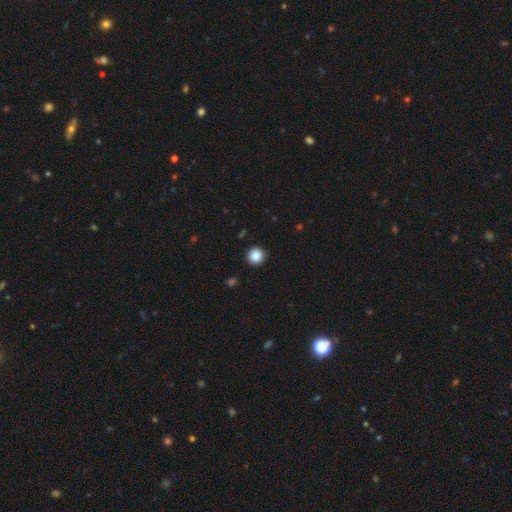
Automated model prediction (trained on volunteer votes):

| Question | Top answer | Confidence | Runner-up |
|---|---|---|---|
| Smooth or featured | smooth | 87% | star or artifact (10%) |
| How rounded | round | 94% | in between (5%) |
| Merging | none | 92% | minor disturbance (5%) |